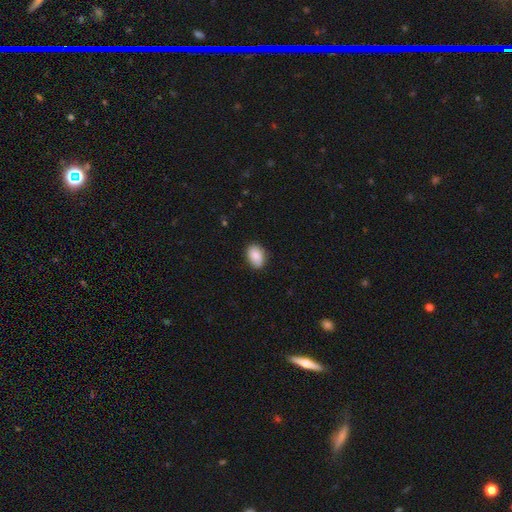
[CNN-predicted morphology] This appears to be a smooth galaxy with no disk features (84%) that is in between round and cigar-shaped (81%). Merging: none (83%).